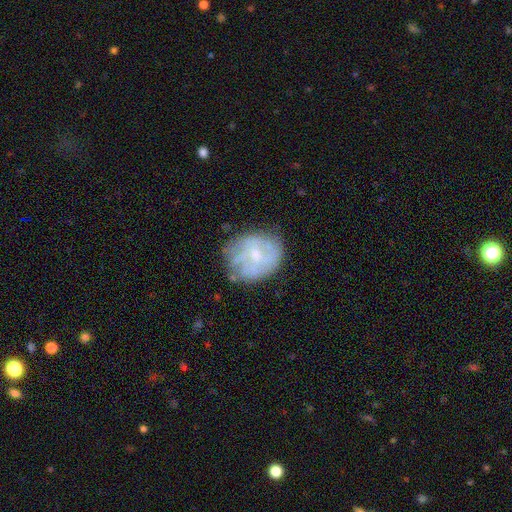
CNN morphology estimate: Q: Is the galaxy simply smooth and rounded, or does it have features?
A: featured or disk — 66%.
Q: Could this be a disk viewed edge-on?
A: no — 98%.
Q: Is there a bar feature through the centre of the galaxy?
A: no — 66%.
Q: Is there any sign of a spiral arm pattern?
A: yes — 69%.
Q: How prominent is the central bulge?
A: small — 56%.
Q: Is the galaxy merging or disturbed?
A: none — 64%.